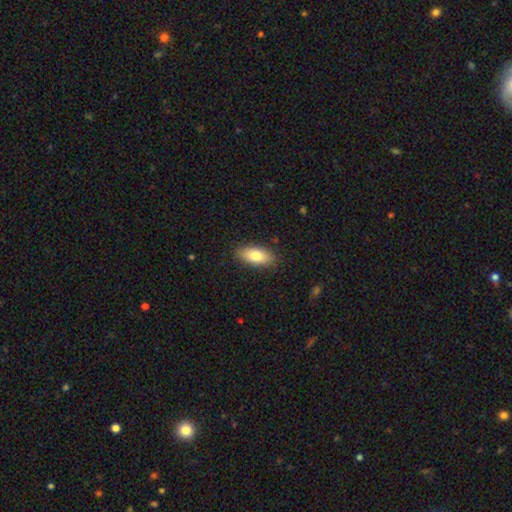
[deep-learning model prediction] smooth-or-featured: smooth: 78% | featured or disk: 16% | star or artifact: 7%
  how-rounded: in between: 85% | cigar-shaped: 12% | round: 3%
  merging: none: 87% | minor disturbance: 10% | major disturbance: 2% | merger: 1%